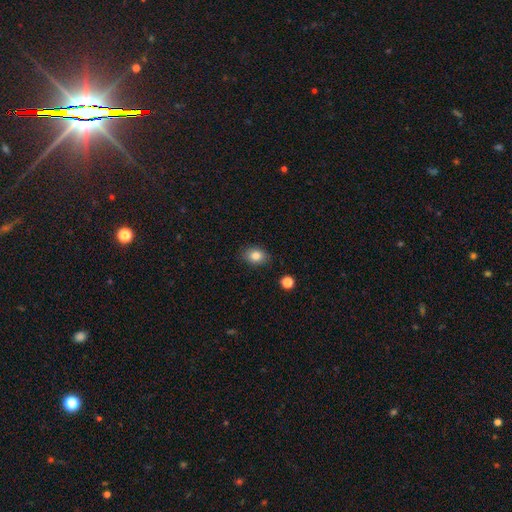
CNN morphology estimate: Smooth or featured: smooth — 84% (star or artifact — 9%)
How rounded: in between — 73% (round — 26%)
Merging: none — 84% (minor disturbance — 11%)